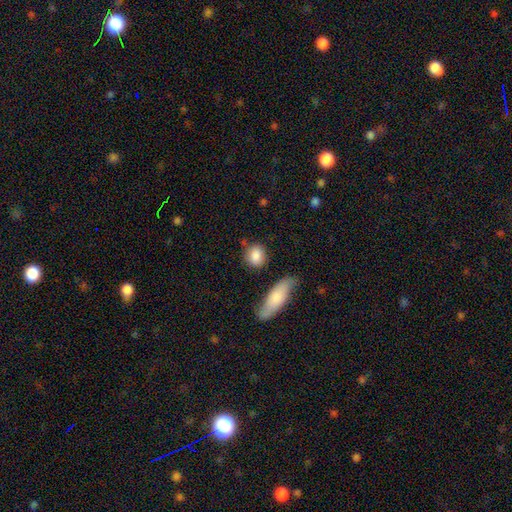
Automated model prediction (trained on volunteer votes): smooth 86%, featured or disk 7%, star or artifact 6%. Down the decision tree: how rounded — round (63%); merging — none (75%).